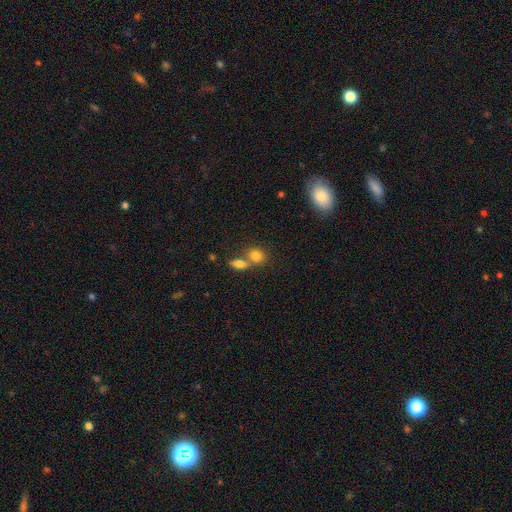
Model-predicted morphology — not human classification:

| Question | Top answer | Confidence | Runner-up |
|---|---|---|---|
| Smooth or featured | smooth | 81% | star or artifact (10%) |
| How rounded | in between | 52% | round (45%) |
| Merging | none | 45% | merger (42%) |